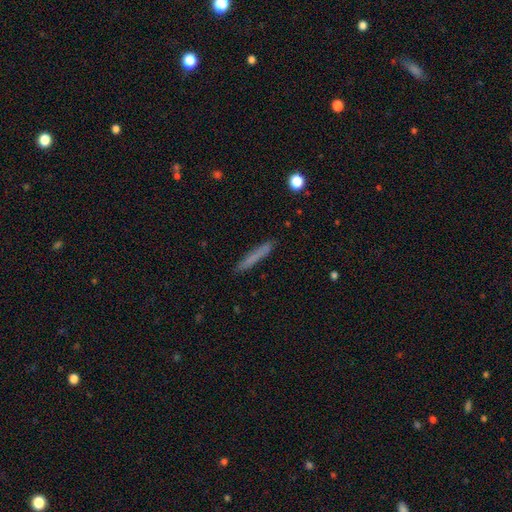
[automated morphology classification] This appears to be a smooth galaxy with no disk features (70%) that is cigar-shaped (96%). Merging: none (89%).